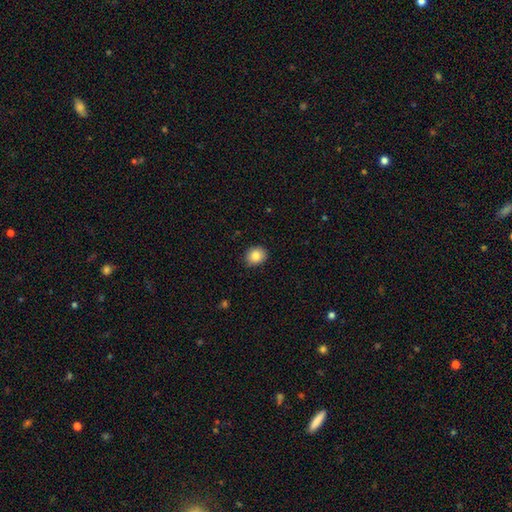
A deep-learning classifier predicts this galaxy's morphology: Q: Smooth or featured?
A: smooth (84%); runner-up: star or artifact (9%)
Q: How rounded?
A: round (59%); runner-up: in between (40%)
Q: Merging?
A: none (87%); runner-up: minor disturbance (10%)